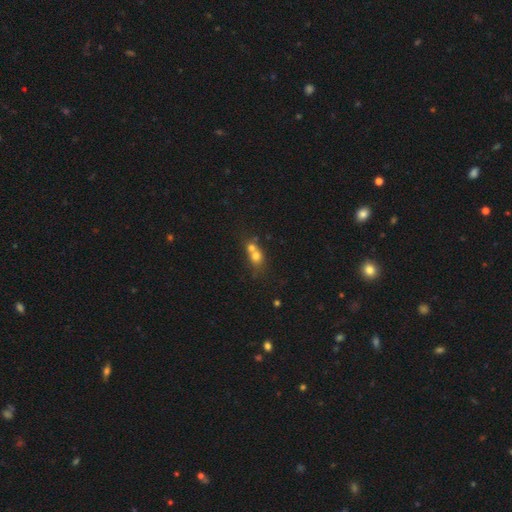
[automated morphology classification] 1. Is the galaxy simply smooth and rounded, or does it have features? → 67% smooth, 19% featured or disk, 14% star or artifact.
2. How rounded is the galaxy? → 70% round, 28% in between, 2% cigar-shaped.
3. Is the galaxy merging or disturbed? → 63% merger, 26% none, 7% minor disturbance, 4% major disturbance.